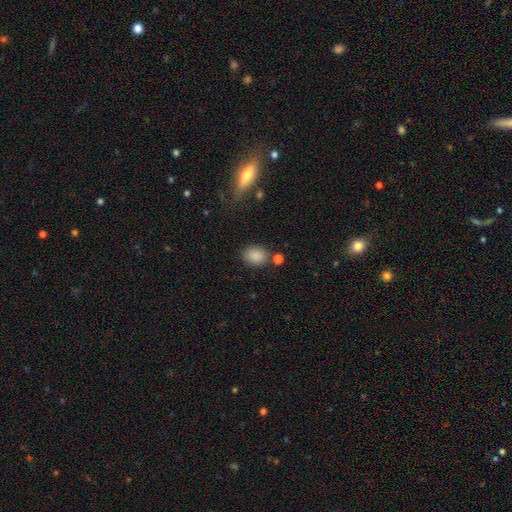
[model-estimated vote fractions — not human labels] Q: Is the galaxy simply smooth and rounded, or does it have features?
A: smooth — 86%.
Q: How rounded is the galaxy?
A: in between — 61%.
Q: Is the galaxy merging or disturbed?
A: none — 77%.